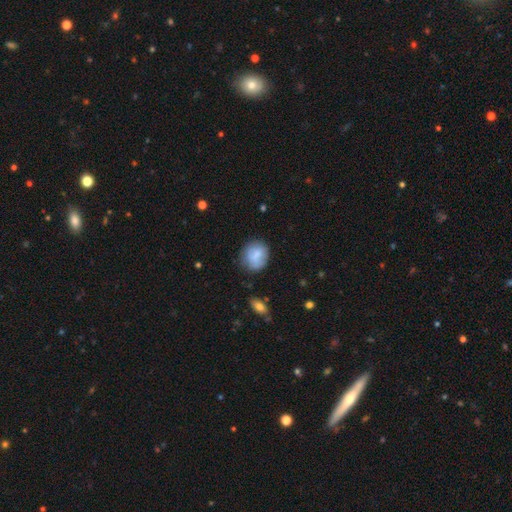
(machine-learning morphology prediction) Smooth or featured? Predicted: smooth (p=0.74). How rounded? Predicted: round (p=0.70). Merging? Predicted: none (p=0.65).